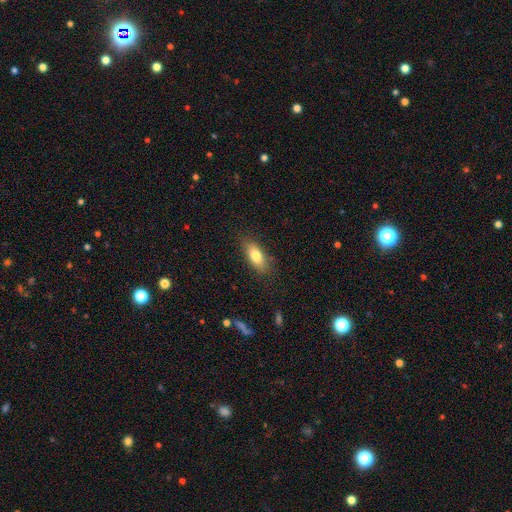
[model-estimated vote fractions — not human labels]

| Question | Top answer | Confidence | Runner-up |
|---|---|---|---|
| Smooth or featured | smooth | 78% | featured or disk (15%) |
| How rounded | in between | 80% | cigar-shaped (17%) |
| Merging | none | 82% | minor disturbance (13%) |